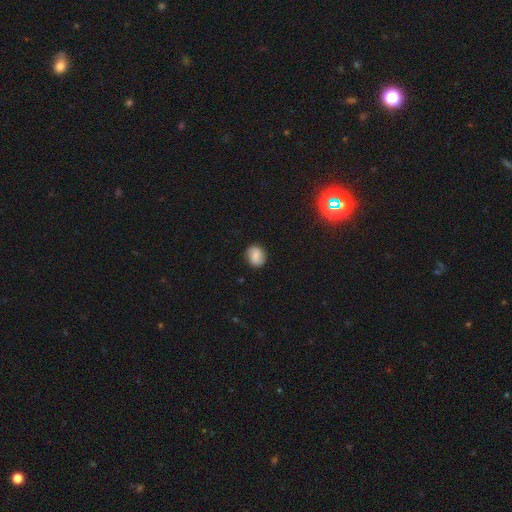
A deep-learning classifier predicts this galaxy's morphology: A smooth galaxy with no disk features (72%) that is round (71%). Merging: none (86%).